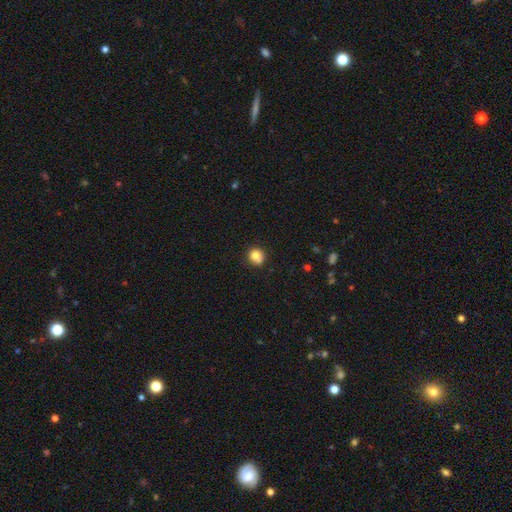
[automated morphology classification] Smooth or featured?
  - smooth: 79% *
  - star or artifact: 11%
  - featured or disk: 10%
How rounded?
  - round: 90% *
  - in between: 10%
  - cigar-shaped: 1%
Merging?
  - none: 70% *
  - minor disturbance: 15%
  - merger: 12%
  - major disturbance: 4%